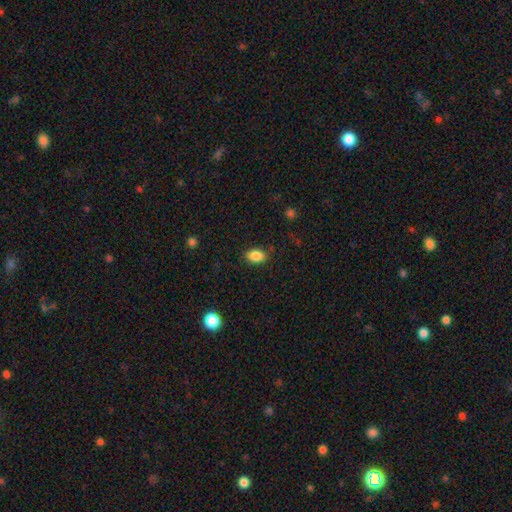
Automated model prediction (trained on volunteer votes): This is clearly a smooth galaxy (86%). How rounded: clearly in between (84%). Merging: clearly none (85%).